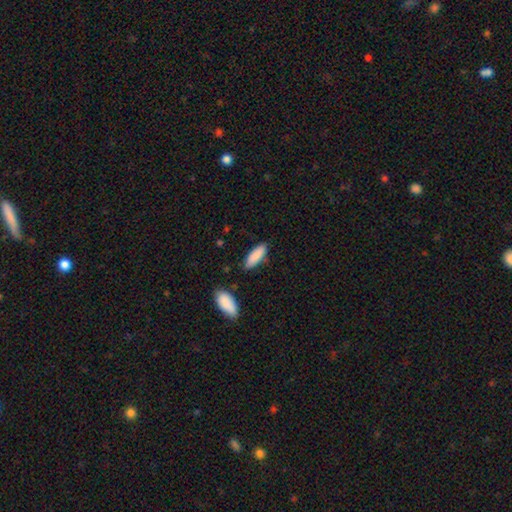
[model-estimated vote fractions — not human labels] Smooth or featured: smooth — 88% (featured or disk — 6%)
How rounded: in between — 63% (cigar-shaped — 35%)
Merging: none — 80% (minor disturbance — 14%)